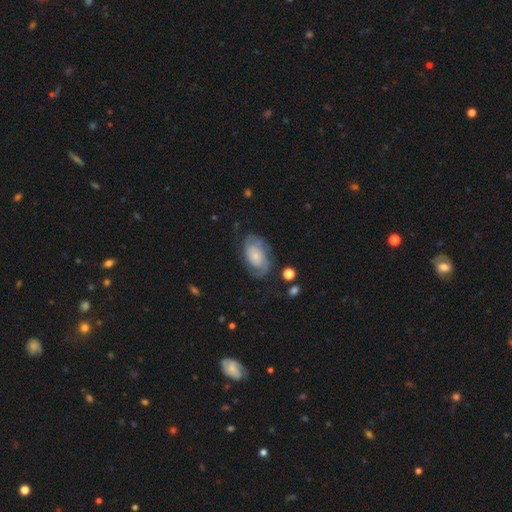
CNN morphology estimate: type=featured or disk (64%); edge-on=no (96%); bar=no (76%); spiral arms=yes (86%); winding=tight (44%); arm count=2 (59%); bulge=small (61%); merging=none (60%).